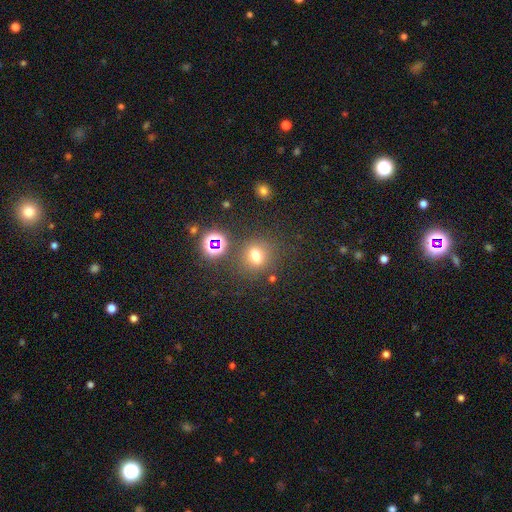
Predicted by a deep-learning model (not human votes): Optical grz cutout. It shows a smooth galaxy with no disk features (67%) that is round (72%). Merging: none (77%).